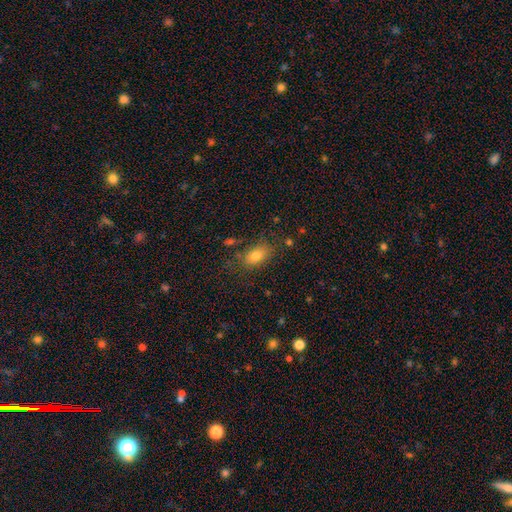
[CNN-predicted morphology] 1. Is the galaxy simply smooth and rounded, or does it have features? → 78% smooth, 12% star or artifact, 10% featured or disk.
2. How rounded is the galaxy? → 86% in between, 9% round, 5% cigar-shaped.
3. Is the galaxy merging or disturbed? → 74% none, 16% minor disturbance, 6% major disturbance, 4% merger.